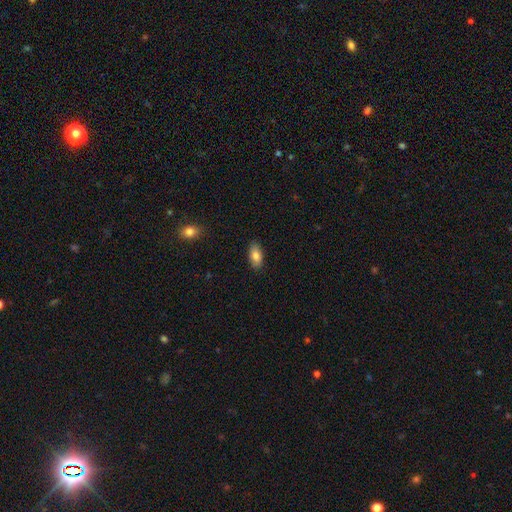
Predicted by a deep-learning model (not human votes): The model was most divided on "smooth or featured": smooth: 82%, featured or disk: 11%, star or artifact: 7%. More confident: how rounded — in between (91%); merging — none (87%).